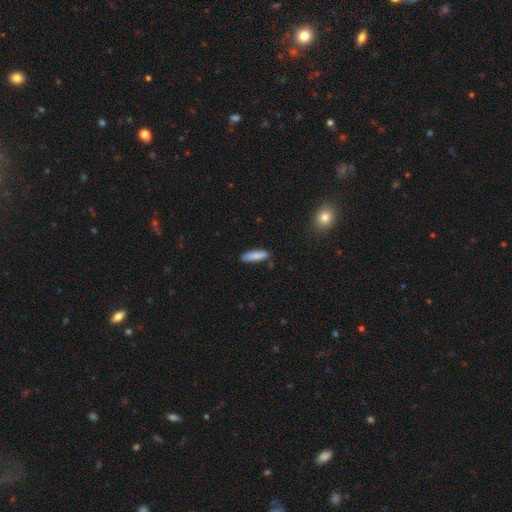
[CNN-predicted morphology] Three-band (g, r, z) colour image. It shows a smooth galaxy with no disk features (86%) that is cigar-shaped (68%). Merging: none (84%).